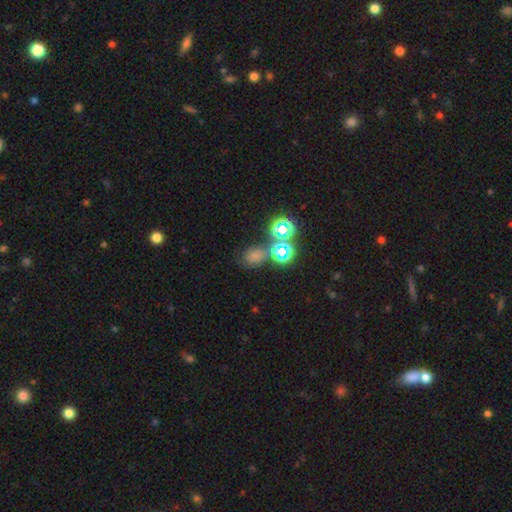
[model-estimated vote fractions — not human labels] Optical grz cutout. It shows a smooth galaxy with no disk features (48%). Merging: none (54%).